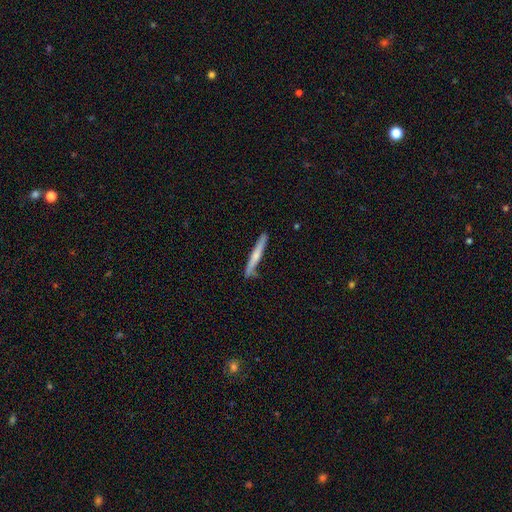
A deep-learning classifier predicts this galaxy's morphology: Overall: smooth (49%; featured or disk 46%). Merging: none (80%).